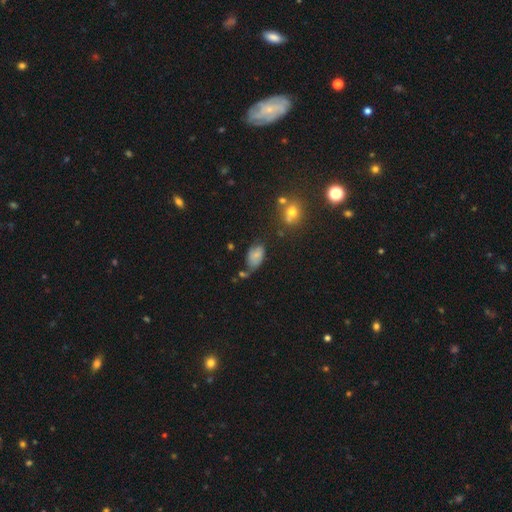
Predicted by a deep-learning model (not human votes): Smooth or featured? Predicted: smooth (p=0.66). How rounded? Predicted: in between (p=0.90). Merging? Predicted: none (p=0.40).